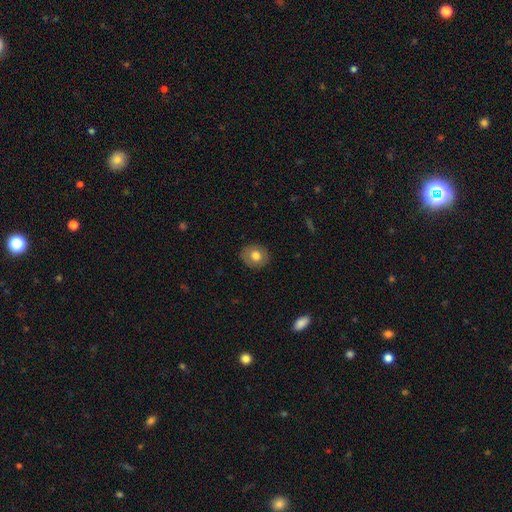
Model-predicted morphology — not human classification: A smooth galaxy with no disk features (74%) that is round (73%). Merging: none (88%).